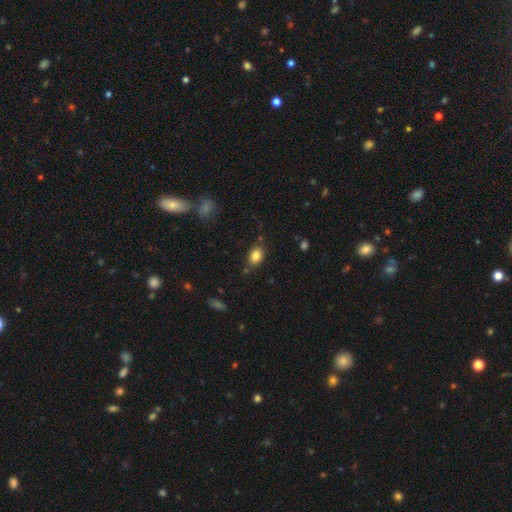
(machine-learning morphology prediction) Smooth or featured? Predicted: smooth (p=0.83). How rounded? Predicted: in between (p=0.80). Merging? Predicted: none (p=0.75).